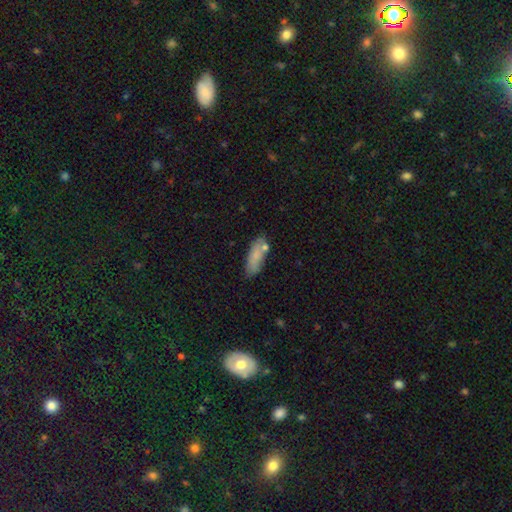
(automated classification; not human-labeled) smooth 80%, featured or disk 13%, star or artifact 7%. Down the decision tree: how rounded — in between (63%); merging — none (68%).